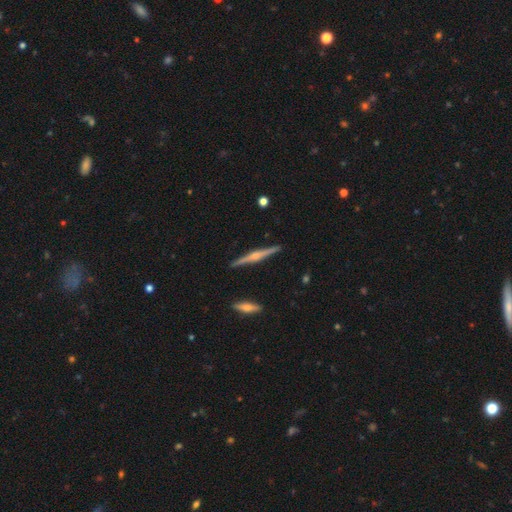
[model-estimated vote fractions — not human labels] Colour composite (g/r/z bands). It shows a featured or disk galaxy (78%) viewed edge-on (98%) with a rounded central bulge (80%). Merging: none (91%).